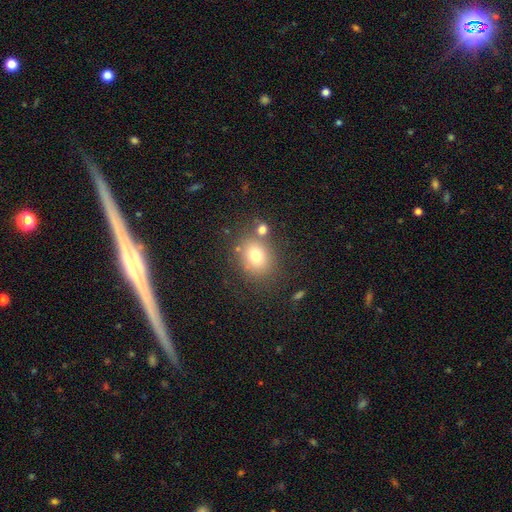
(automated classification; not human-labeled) This appears to be a smooth galaxy with no disk features (74%) that is round (57%). Merging: none (70%).